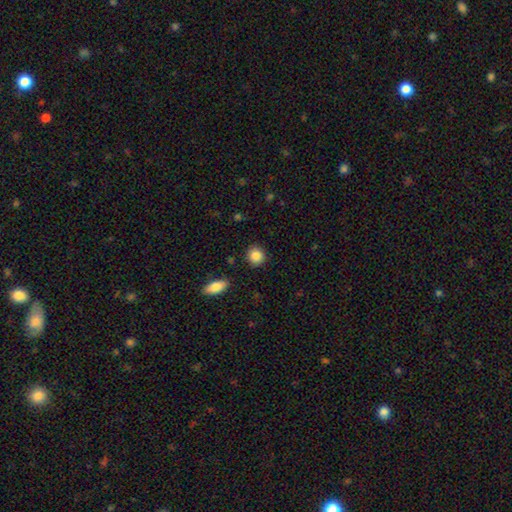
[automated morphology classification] Overall: smooth (86%). How rounded: round (86%). Merging: none (89%).